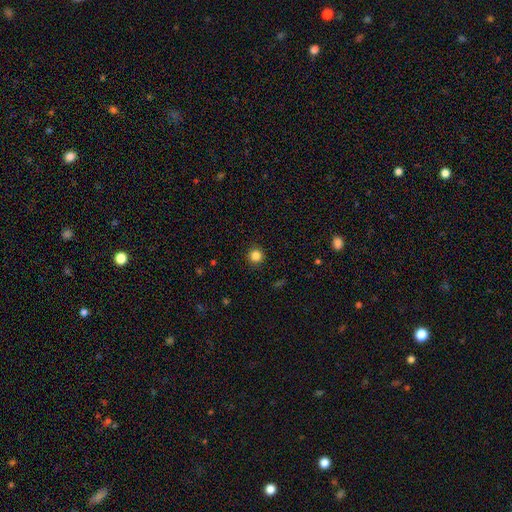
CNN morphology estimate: Smooth or featured? smooth (84%)
How rounded? round (95%)
Merging? none (92%)